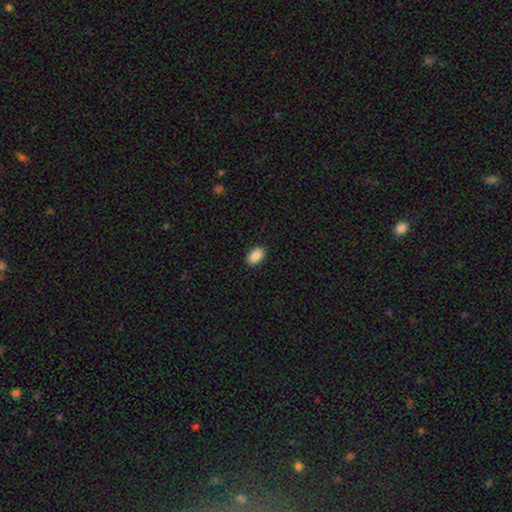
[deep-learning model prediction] The model was most divided on "smooth or featured": smooth: 90%, star or artifact: 7%, featured or disk: 3%. More confident: how rounded — in between (93%); merging — none (90%).